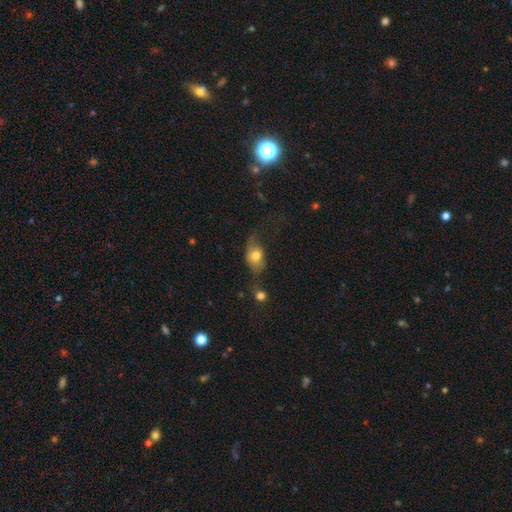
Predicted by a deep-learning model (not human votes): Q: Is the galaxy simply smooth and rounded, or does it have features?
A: smooth — 69%.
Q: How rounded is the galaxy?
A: in between — 76%.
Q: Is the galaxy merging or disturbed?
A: none — 42%.